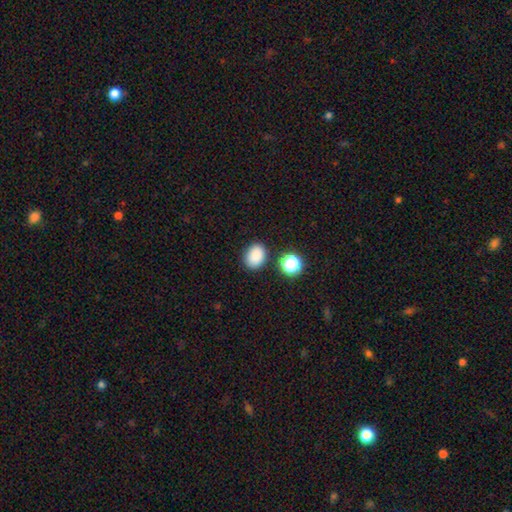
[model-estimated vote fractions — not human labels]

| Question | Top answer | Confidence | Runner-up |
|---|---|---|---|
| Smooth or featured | smooth | 86% | star or artifact (11%) |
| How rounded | in between | 66% | round (32%) |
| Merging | none | 82% | minor disturbance (10%) |